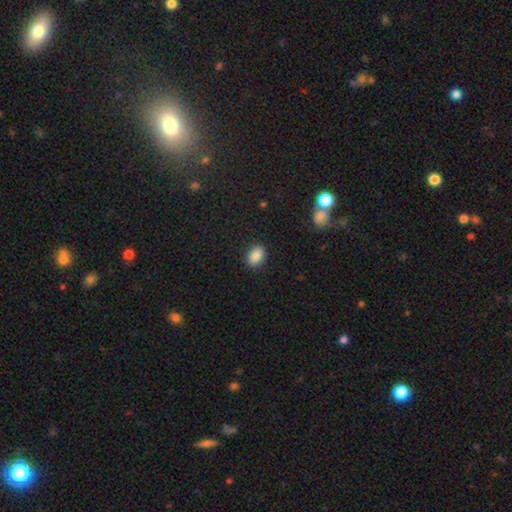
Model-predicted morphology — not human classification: This is clearly a smooth galaxy (87%). How rounded: likely in between (77%). Merging: clearly none (89%).